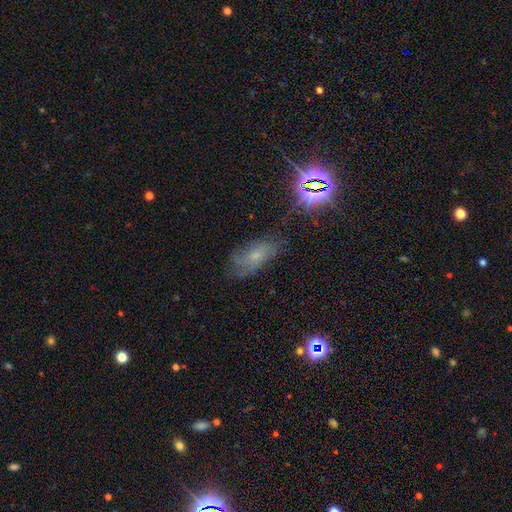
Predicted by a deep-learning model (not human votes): Morphology: type=featured or disk (40%); merging=none (59%).